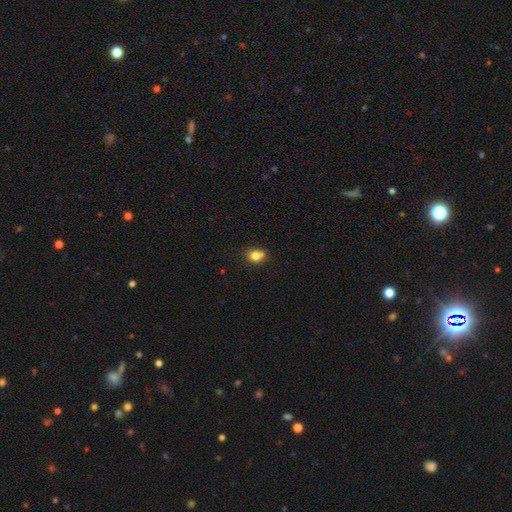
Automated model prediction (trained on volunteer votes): The model was most divided on "how rounded": round: 64%, in between: 35%, cigar-shaped: 1%. More confident: smooth or featured — smooth (79%); merging — none (61%).